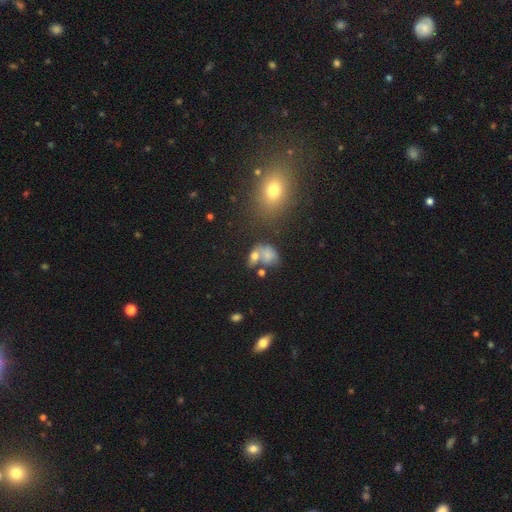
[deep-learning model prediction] Morphology: type=smooth (65%); roundness=in between (64%); merging=merger (46%).